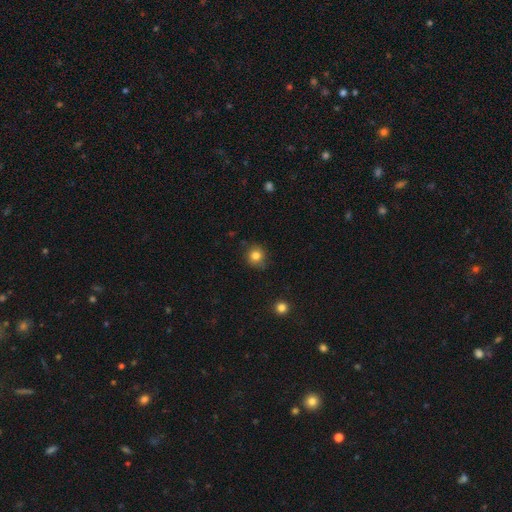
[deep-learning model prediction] Smooth or featured: smooth — 82% (star or artifact — 12%)
How rounded: round — 91% (in between — 8%)
Merging: none — 85% (minor disturbance — 11%)